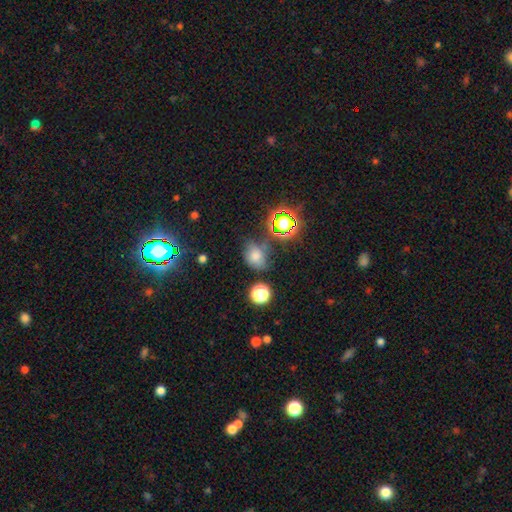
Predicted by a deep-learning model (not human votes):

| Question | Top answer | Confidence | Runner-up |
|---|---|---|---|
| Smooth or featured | smooth | 60% | star or artifact (30%) |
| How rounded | in between | 50% | round (48%) |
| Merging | none | 68% | minor disturbance (19%) |